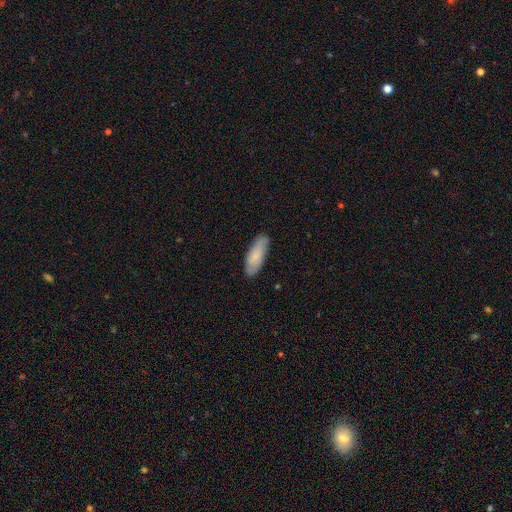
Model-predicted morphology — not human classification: smooth_or_featured: smooth (p=0.77) [alt: featured or disk p=0.18]
how_rounded: in between (p=0.61) [alt: cigar-shaped p=0.37]
merging: none (p=0.84) [alt: minor disturbance p=0.13]